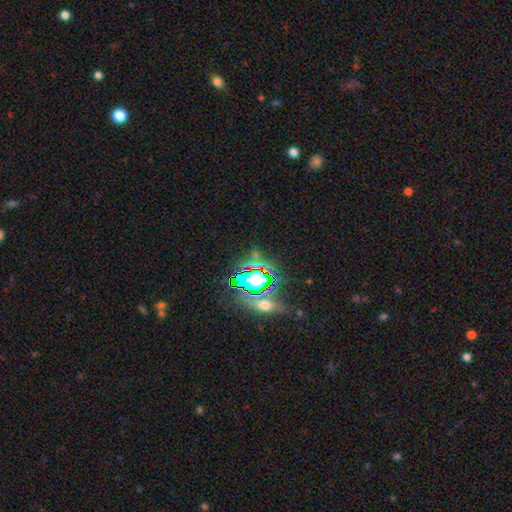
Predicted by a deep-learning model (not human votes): Morphology: type=star or artifact (73%).